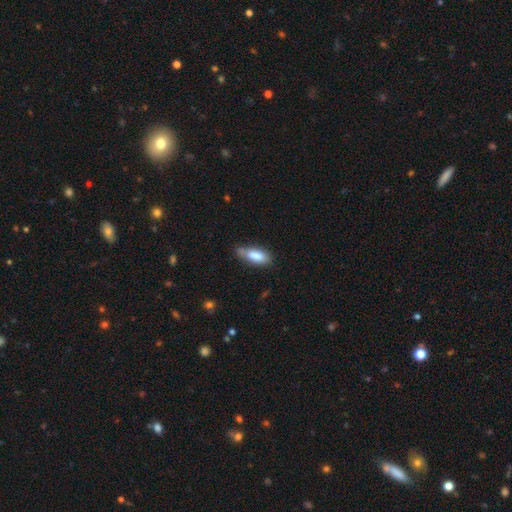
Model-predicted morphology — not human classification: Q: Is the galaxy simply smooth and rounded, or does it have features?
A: smooth — 80%.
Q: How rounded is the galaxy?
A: in between — 71%.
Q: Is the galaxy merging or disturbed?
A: none — 56%.